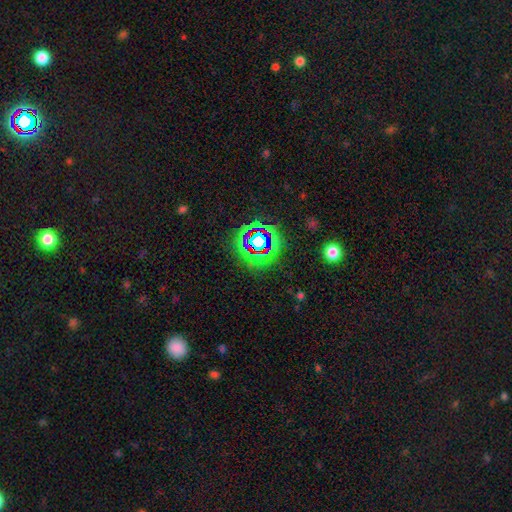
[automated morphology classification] A star or artifact, not a galaxy (57%).

Vote fractions:
- Smooth or featured? star or artifact: 57% / smooth: 26% / featured or disk: 17%